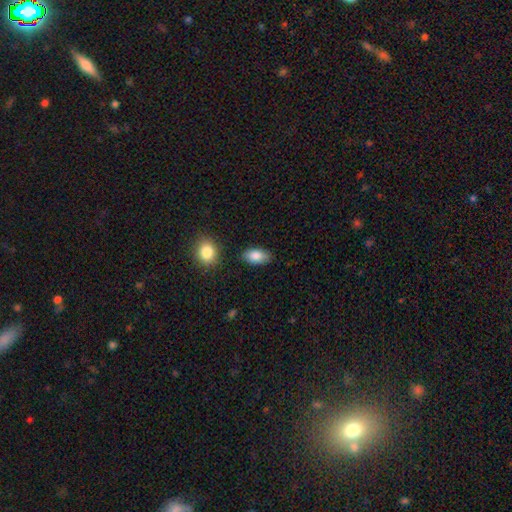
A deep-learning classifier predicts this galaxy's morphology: This appears to be a smooth galaxy with no disk features (86%) that is in between round and cigar-shaped (93%). Merging: none (82%).